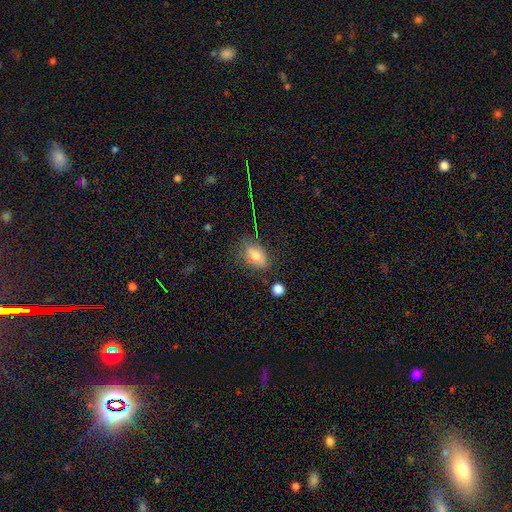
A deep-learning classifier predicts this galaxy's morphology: Smooth or featured? smooth (64%)
How rounded? in between (80%)
Merging? none (67%)